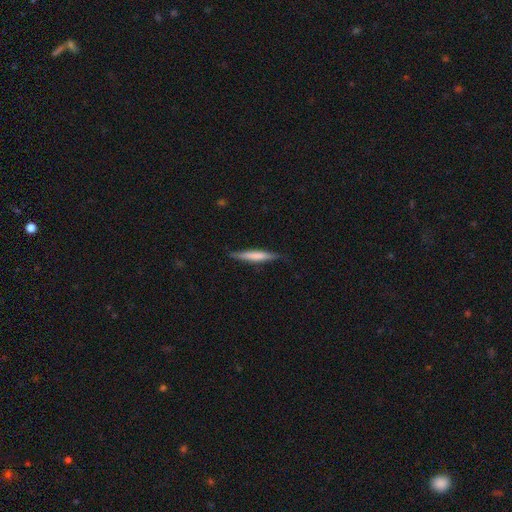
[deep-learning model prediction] Smooth or featured?
  - smooth: 56% *
  - featured or disk: 38%
  - star or artifact: 6%
How rounded?
  - cigar-shaped: 92% *
  - in between: 7%
  - round: 1%
Merging?
  - none: 84% *
  - minor disturbance: 12%
  - major disturbance: 2%
  - merger: 1%